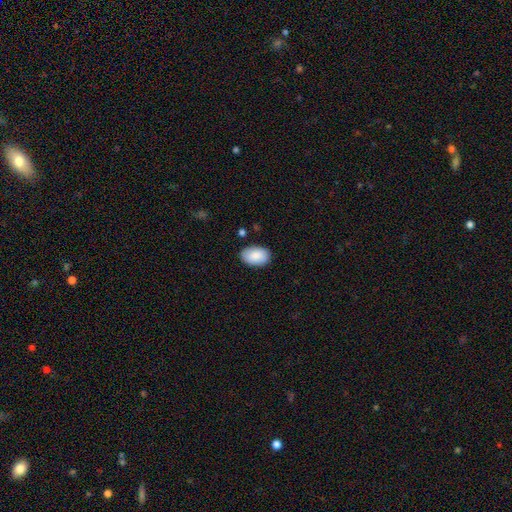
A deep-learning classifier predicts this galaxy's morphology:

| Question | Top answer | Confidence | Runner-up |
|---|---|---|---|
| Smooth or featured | smooth | 88% | star or artifact (6%) |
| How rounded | in between | 91% | round (8%) |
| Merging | none | 86% | minor disturbance (11%) |